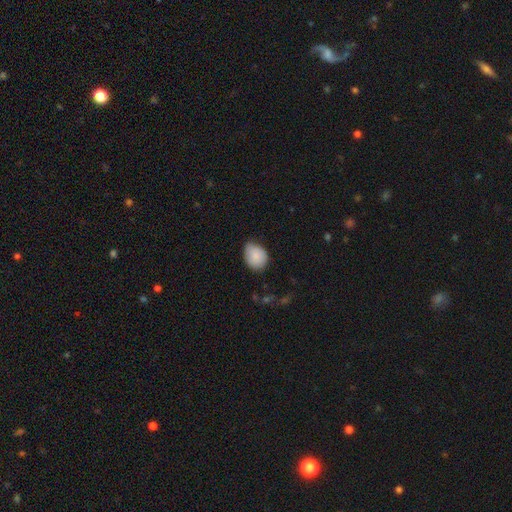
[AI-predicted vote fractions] Smooth or featured? Predicted: smooth (p=0.85). How rounded? Predicted: in between (p=0.55). Merging? Predicted: none (p=0.54).